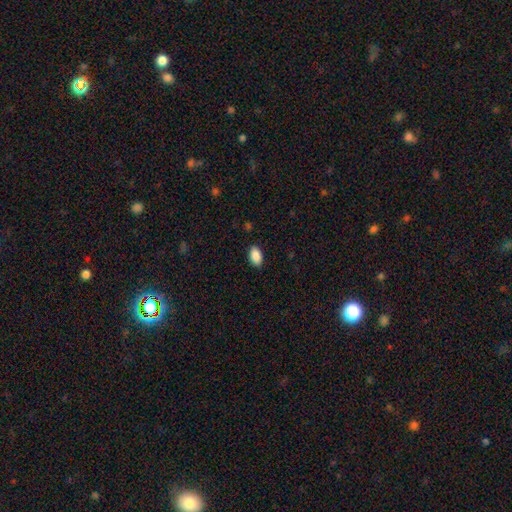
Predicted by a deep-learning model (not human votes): A smooth galaxy with no disk features (90%) that is in between round and cigar-shaped (93%).

Vote fractions:
- Smooth or featured? smooth: 90% / star or artifact: 7% / featured or disk: 3%
- How rounded? in between: 93% / round: 5% / cigar-shaped: 2%
- Merging? none: 87% / minor disturbance: 10% / major disturbance: 2% / merger: 1%